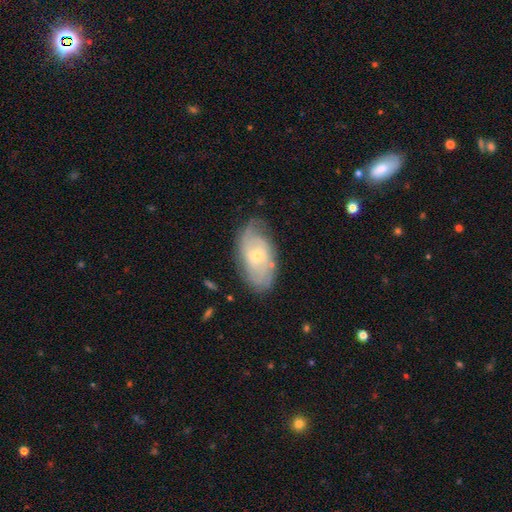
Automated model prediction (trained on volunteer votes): Q: Smooth or featured?
A: featured or disk (74%); runner-up: smooth (20%)
Q: Edge-on disk?
A: no (94%); runner-up: yes (6%)
Q: Bar?
A: no (74%); runner-up: weak (22%)
Q: Spiral arms?
A: yes (88%); runner-up: no (12%)
Q: Spiral winding?
A: tight (57%); runner-up: medium (30%)
Q: Spiral arm count?
A: can't tell (43%); runner-up: 2 (33%)
Q: Bulge size?
A: small (66%); runner-up: moderate (31%)
Q: Merging?
A: none (70%); runner-up: minor disturbance (21%)